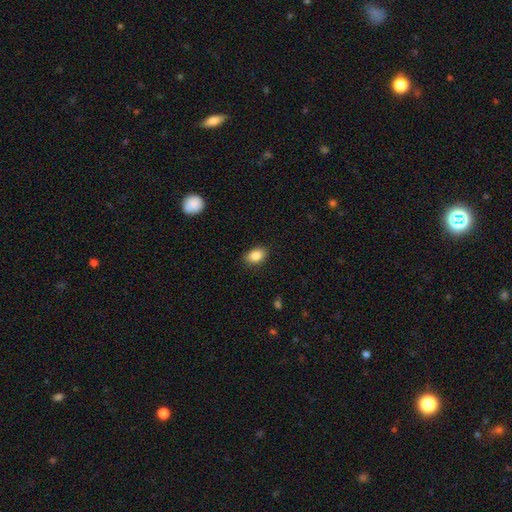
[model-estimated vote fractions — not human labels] This is clearly a smooth galaxy (87%). How rounded: clearly in between (83%). Merging: clearly none (87%).